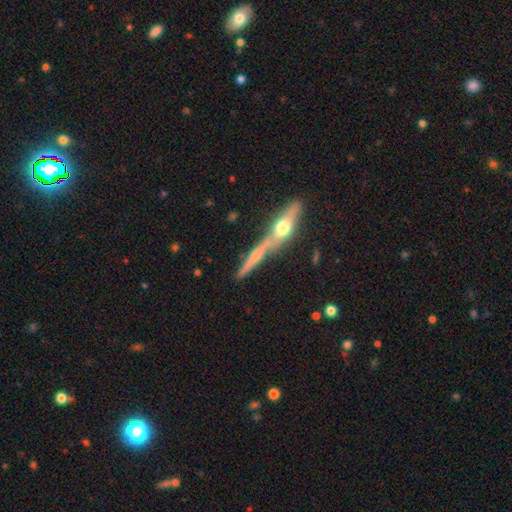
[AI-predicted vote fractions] Smooth or featured?
  - featured or disk: 62% *
  - smooth: 29%
  - star or artifact: 9%
Edge-on disk?
  - yes: 92% *
  - no: 8%
Edge-on bulge?
  - rounded: 76% *
  - none: 16%
  - boxy: 8%
Merging?
  - none: 51% *
  - merger: 35%
  - minor disturbance: 10%
  - major disturbance: 5%